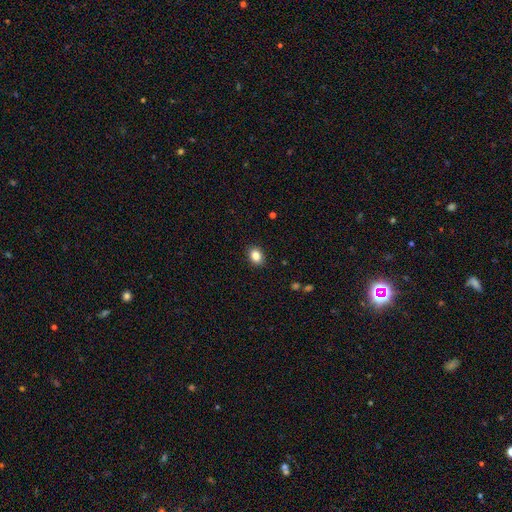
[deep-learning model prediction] Overall: smooth (86%). How rounded: in between (62%; round 37%). Merging: none (89%).